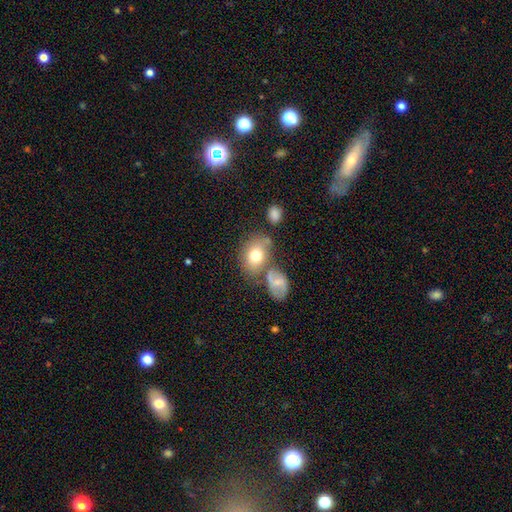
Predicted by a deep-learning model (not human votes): smooth-or-featured: smooth: 73% | featured or disk: 19% | star or artifact: 9%
  how-rounded: in between: 70% | round: 29% | cigar-shaped: 1%
  merging: none: 52% | merger: 23% | minor disturbance: 18% | major disturbance: 7%